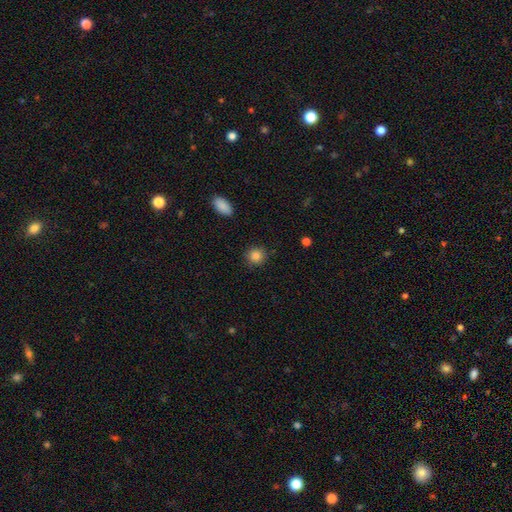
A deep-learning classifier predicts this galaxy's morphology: The model was most divided on "how rounded": round: 88%, in between: 11%, cigar-shaped: 1%. More confident: merging — none (87%); smooth or featured — smooth (87%).